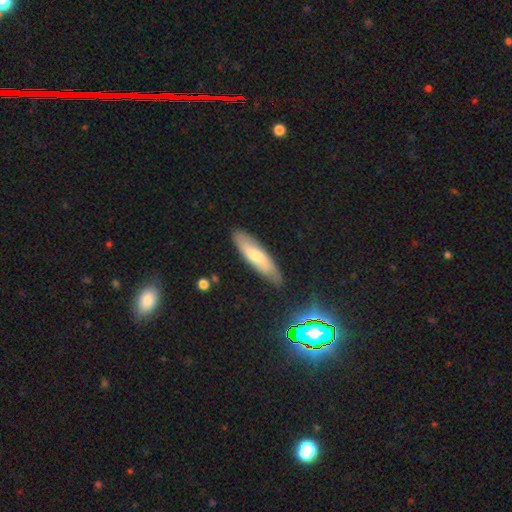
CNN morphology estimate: This is possibly a smooth galaxy (60%). How rounded: likely cigar-shaped (67%). Merging: clearly none (85%).